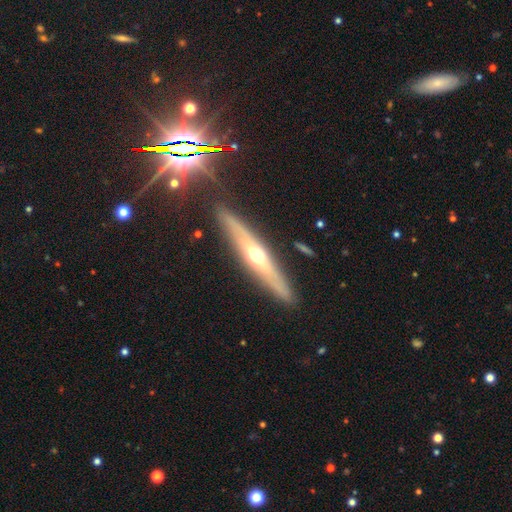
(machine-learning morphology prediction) Overall: featured or disk (64%; smooth 29%). Edge-on disk: yes (89%). Edge-on bulge: rounded (88%). Merging: none (86%).